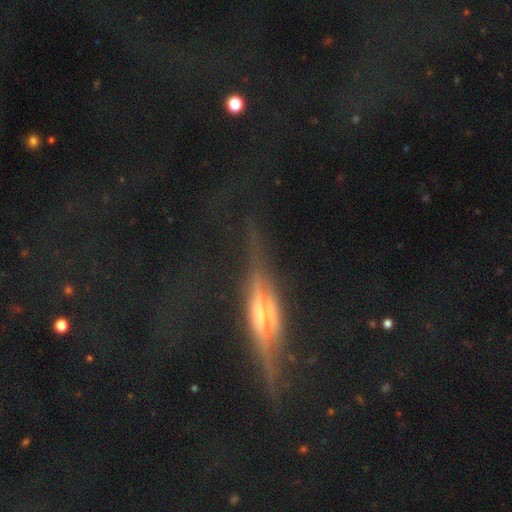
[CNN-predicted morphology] Overall: featured or disk (69%). Edge-on disk: yes (84%). Edge-on bulge: rounded (68%). Merging: none (65%).